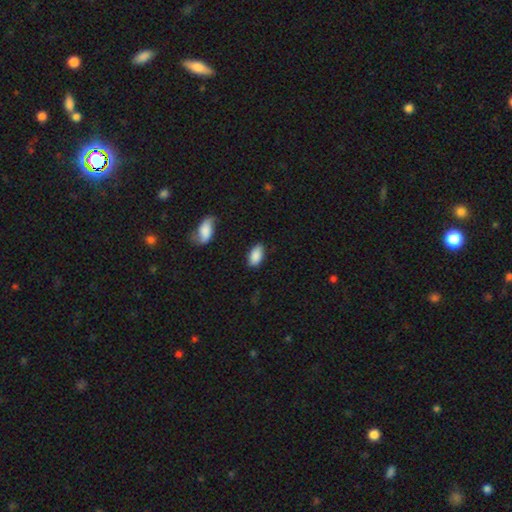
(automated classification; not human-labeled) A smooth galaxy with no disk features (88%) that is in between round and cigar-shaped (94%).

Vote fractions:
- Smooth or featured? smooth: 88% / star or artifact: 7% / featured or disk: 5%
- How rounded? in between: 94% / round: 4% / cigar-shaped: 3%
- Merging? none: 79% / minor disturbance: 16% / major disturbance: 3% / merger: 2%